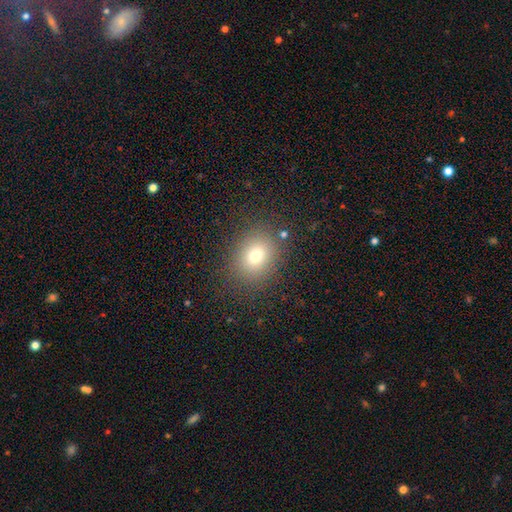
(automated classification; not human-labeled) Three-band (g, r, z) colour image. It shows a smooth galaxy with no disk features (73%) that is round (58%). Merging: none (85%).